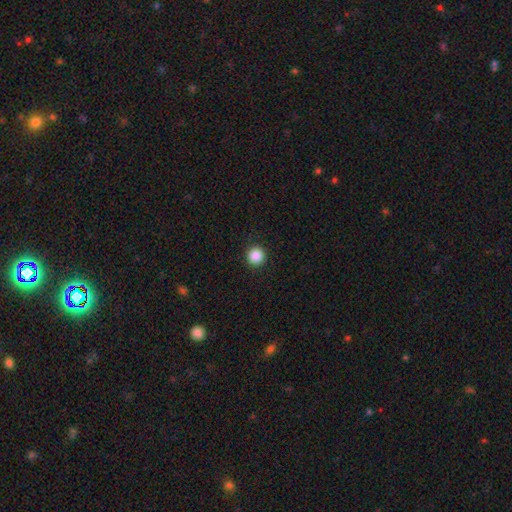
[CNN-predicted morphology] Overall: smooth (88%). How rounded: round (96%). Merging: none (93%).